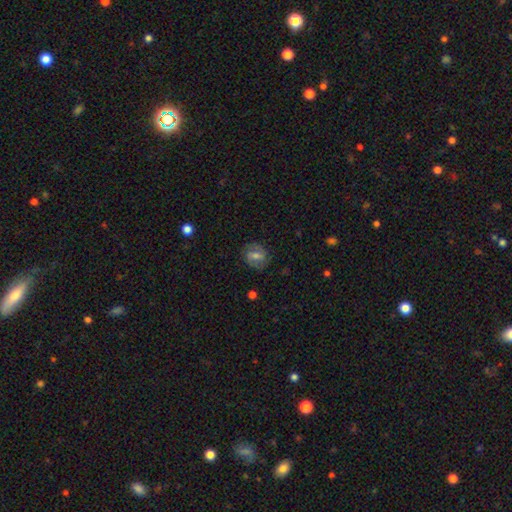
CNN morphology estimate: This is possibly a featured or disk galaxy (60%). It is clearly not viewed edge-on (96%). Bar: possibly weak (48%). Spiral arm pattern: clearly yes (84%). Central bulge: possibly moderate (52%). Merging: likely none (80%).